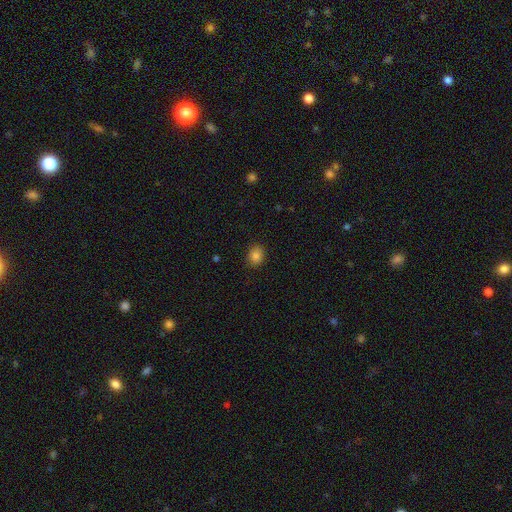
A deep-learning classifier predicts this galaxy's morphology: Smooth or featured: smooth — 84% (star or artifact — 11%)
How rounded: round — 60% (in between — 39%)
Merging: none — 85% (minor disturbance — 11%)